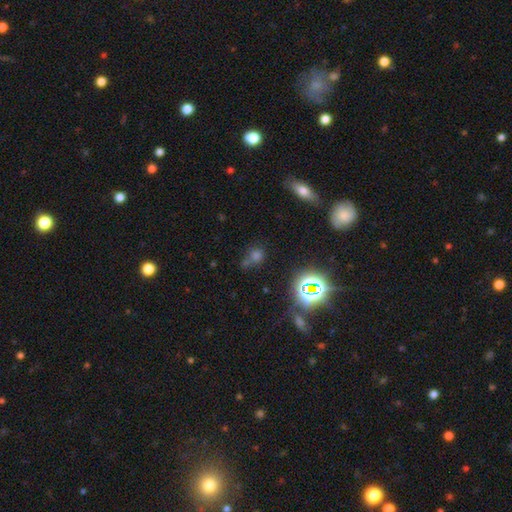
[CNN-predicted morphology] Smooth or featured? Predicted: smooth (p=0.49). Merging? Predicted: none (p=0.57).